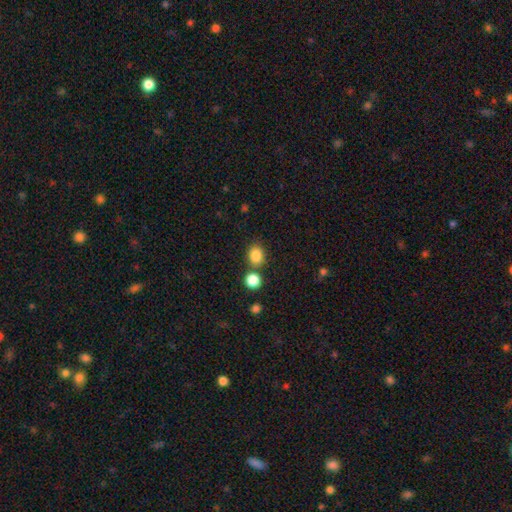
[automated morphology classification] Smooth or featured? smooth (85%)
How rounded? round (57%)
Merging? none (72%)